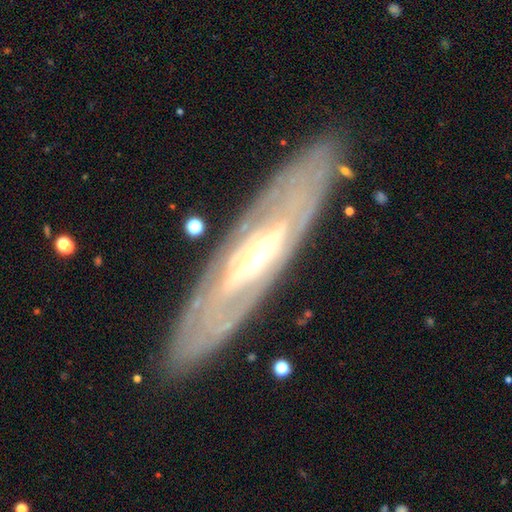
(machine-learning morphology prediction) Overall: featured or disk (80%). Edge-on disk: no (63%; yes 37%). Bar: no (43%; weak 32%). Spiral arms: yes (56%; no 44%). Bulge size: moderate (57%; small 32%). Merging: none (85%).